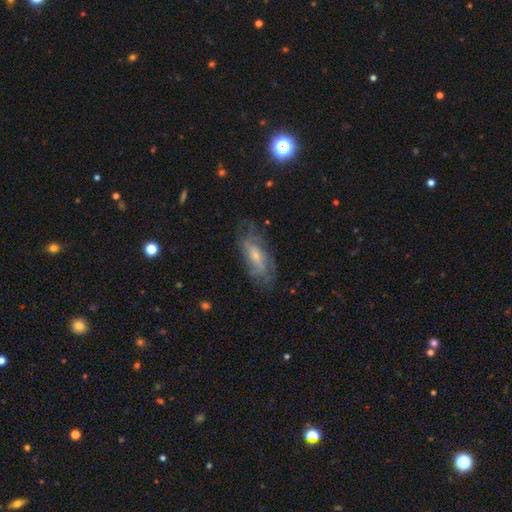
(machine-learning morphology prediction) Q: Smooth or featured?
A: featured or disk (67%); runner-up: smooth (25%)
Q: Edge-on disk?
A: no (87%); runner-up: yes (13%)
Q: Bar?
A: no (59%); runner-up: weak (33%)
Q: Spiral arms?
A: yes (82%); runner-up: no (18%)
Q: Bulge size?
A: small (58%); runner-up: moderate (34%)
Q: Merging?
A: none (69%); runner-up: minor disturbance (20%)